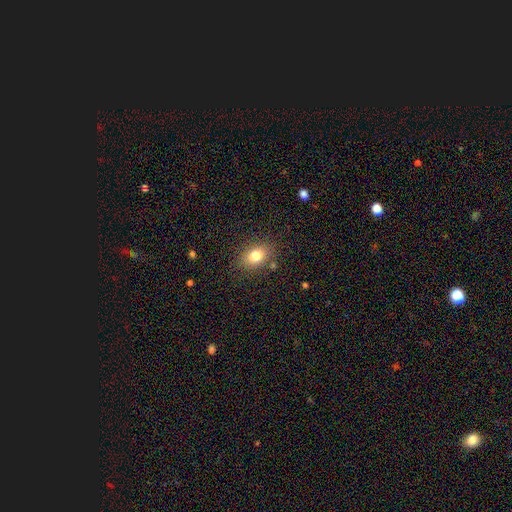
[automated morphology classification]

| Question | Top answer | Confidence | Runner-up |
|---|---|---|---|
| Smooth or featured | smooth | 79% | star or artifact (10%) |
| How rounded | in between | 71% | round (27%) |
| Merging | none | 82% | minor disturbance (12%) |